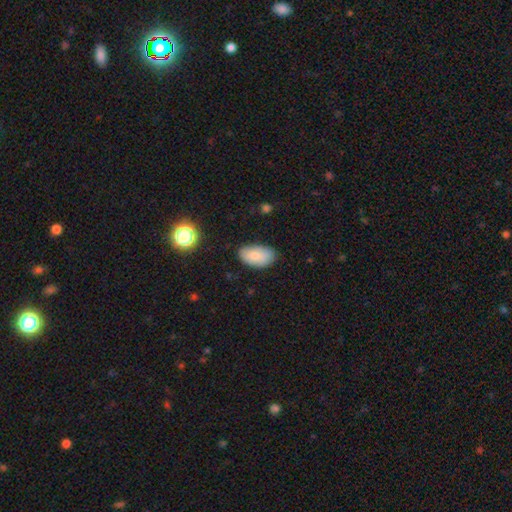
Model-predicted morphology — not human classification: A smooth galaxy with no disk features (79%) that is in between round and cigar-shaped (93%).

Vote fractions:
- Smooth or featured? smooth: 79% / featured or disk: 13% / star or artifact: 8%
- How rounded? in between: 93% / round: 5% / cigar-shaped: 1%
- Merging? none: 76% / minor disturbance: 19% / major disturbance: 4% / merger: 2%